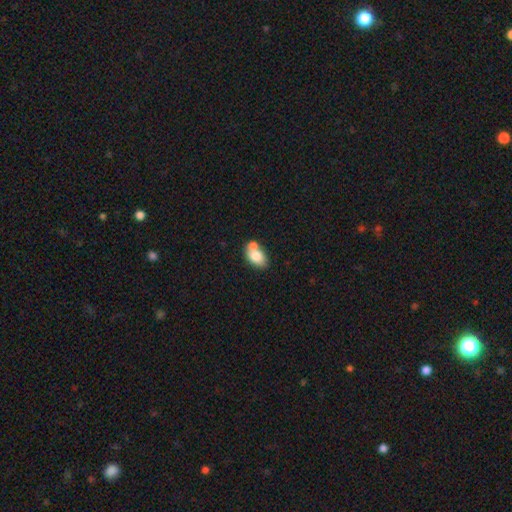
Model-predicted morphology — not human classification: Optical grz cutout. It shows a smooth galaxy with no disk features (77%) that is in between round and cigar-shaped (86%). Merging: merger (44%).